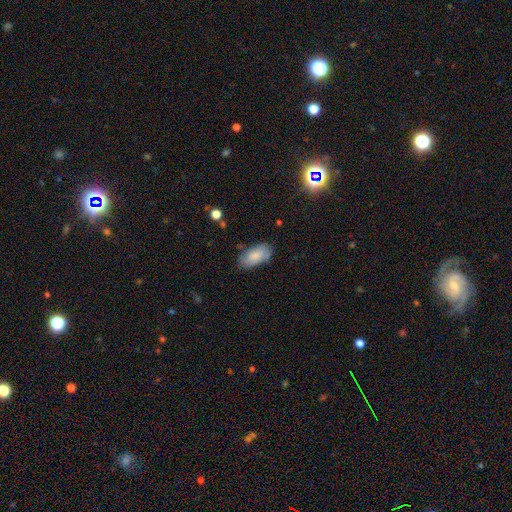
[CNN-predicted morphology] A smooth galaxy with no disk features (79%) that is in between round and cigar-shaped (94%). Merging: none (74%).